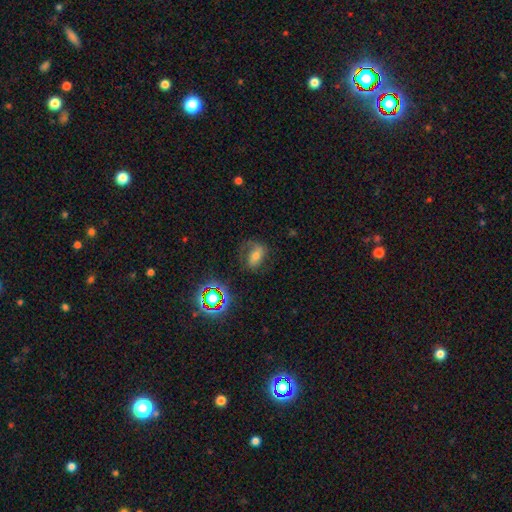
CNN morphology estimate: Overall: smooth (42%; featured or disk 40%). Merging: none (55%; minor disturbance 22%).